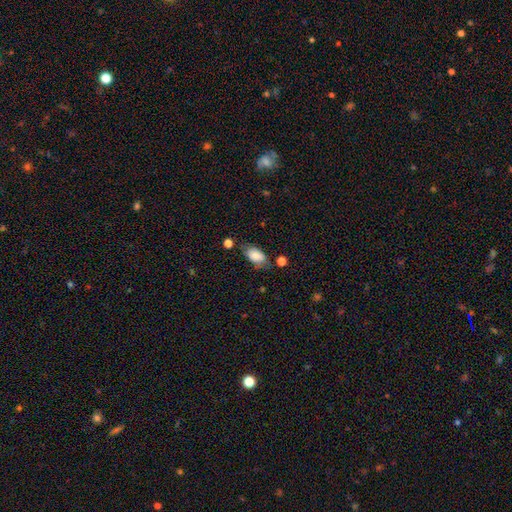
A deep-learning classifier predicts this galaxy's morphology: Smooth or featured? Predicted: smooth (p=0.79). How rounded? Predicted: in between (p=0.91). Merging? Predicted: none (p=0.65).